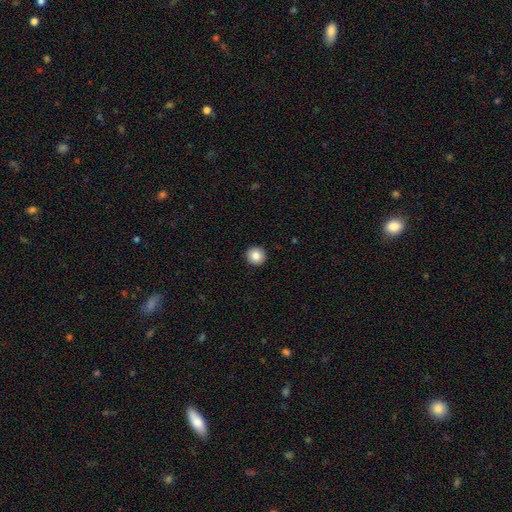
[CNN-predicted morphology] Smooth or featured? smooth (86%)
How rounded? round (94%)
Merging? none (93%)